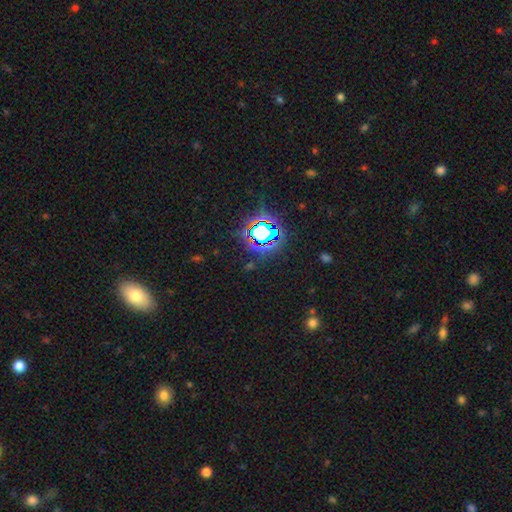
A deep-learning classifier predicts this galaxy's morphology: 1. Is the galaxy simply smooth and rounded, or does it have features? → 63% star or artifact, 27% smooth, 10% featured or disk.